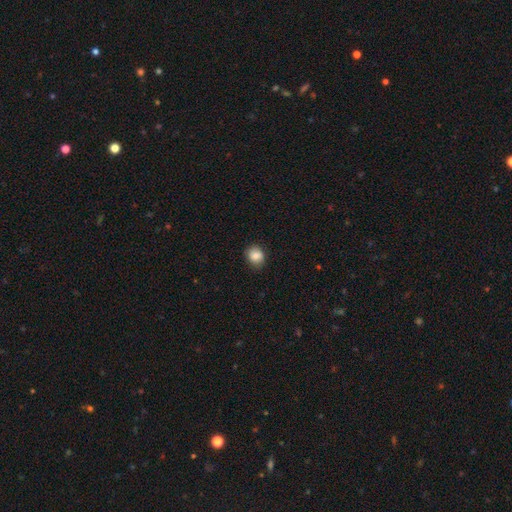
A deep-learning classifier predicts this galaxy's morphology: smooth 84%, star or artifact 9%, featured or disk 7%. Down the decision tree: how rounded — round (69%); merging — none (82%).